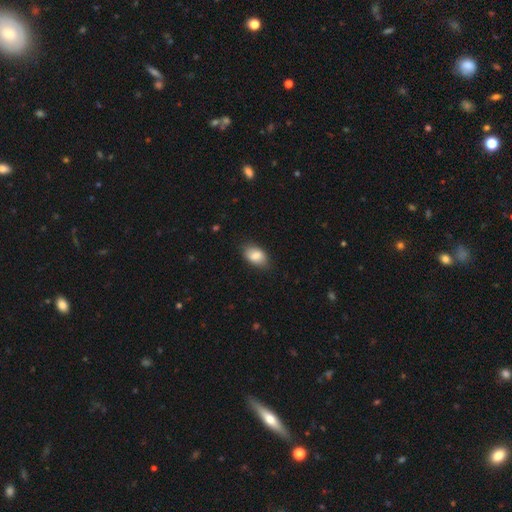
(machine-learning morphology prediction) smooth_or_featured: smooth (p=0.83) [alt: featured or disk p=0.10]
how_rounded: in between (p=0.90) [alt: round p=0.08]
merging: none (p=0.81) [alt: minor disturbance p=0.15]